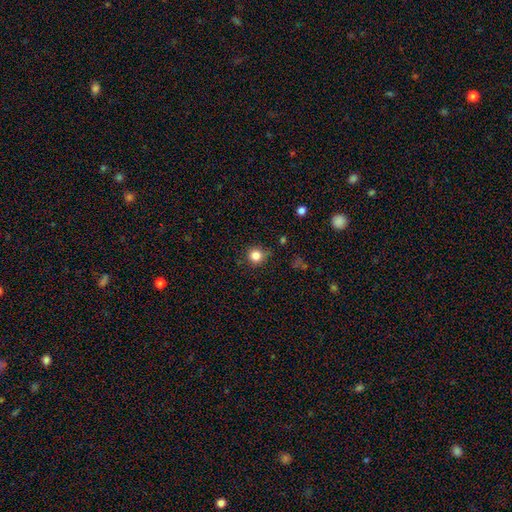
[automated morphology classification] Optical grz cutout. It shows a smooth galaxy with no disk features (83%) that is round (93%). Merging: none (82%).